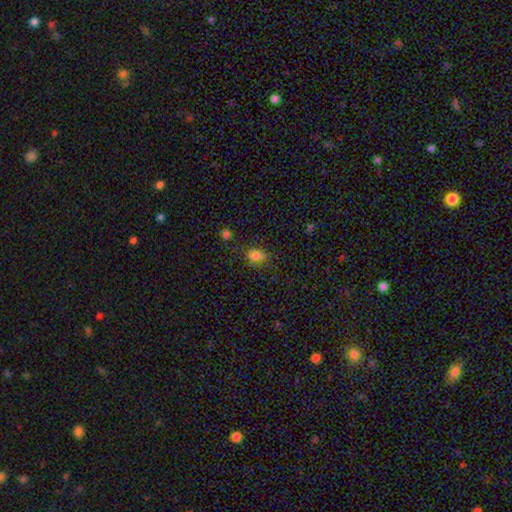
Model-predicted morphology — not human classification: Overall: smooth (79%). How rounded: round (56%; in between 43%). Merging: none (75%).